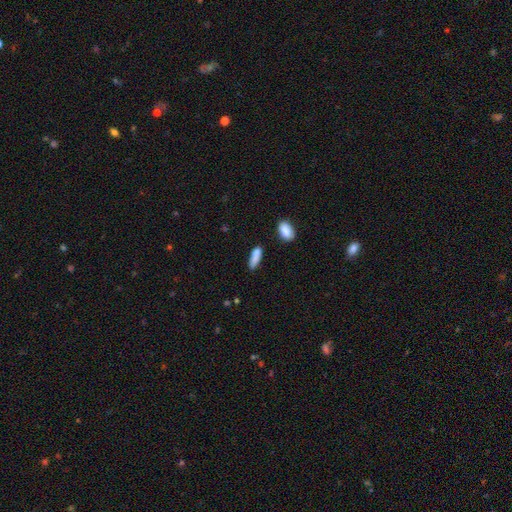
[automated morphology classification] This appears to be a smooth galaxy with no disk features (85%) that is cigar-shaped (55%). Merging: none (71%).